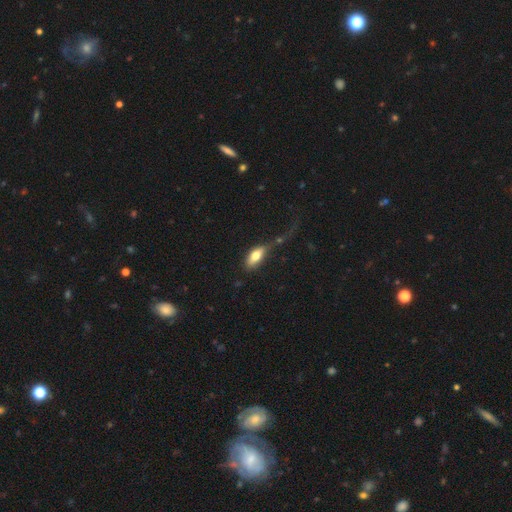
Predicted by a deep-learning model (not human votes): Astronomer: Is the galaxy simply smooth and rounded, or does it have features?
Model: smooth — 74%.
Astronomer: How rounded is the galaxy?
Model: in between — 82%.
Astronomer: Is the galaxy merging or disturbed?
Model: none — 37% (runner-up: major disturbance, 30%).